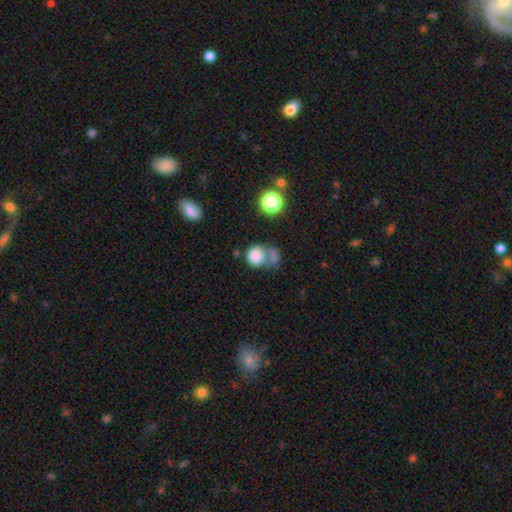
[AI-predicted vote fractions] Morphology: type=smooth (80%); roundness=round (77%); merging=merger (38%, tied with none).